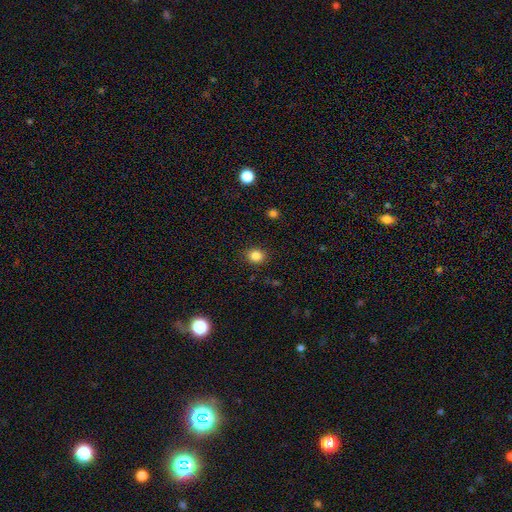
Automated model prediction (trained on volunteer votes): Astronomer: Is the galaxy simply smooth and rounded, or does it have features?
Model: smooth — 84%.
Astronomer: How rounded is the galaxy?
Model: round — 69%.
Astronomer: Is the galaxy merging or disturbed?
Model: none — 88%.